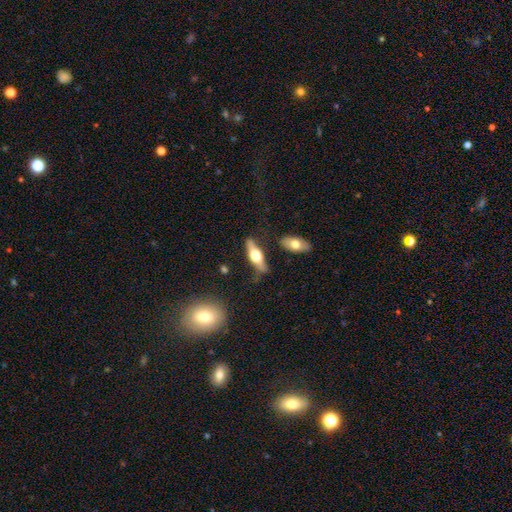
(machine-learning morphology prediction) A featured or disk galaxy (54%) viewed edge-on (88%). Merging: none (73%).